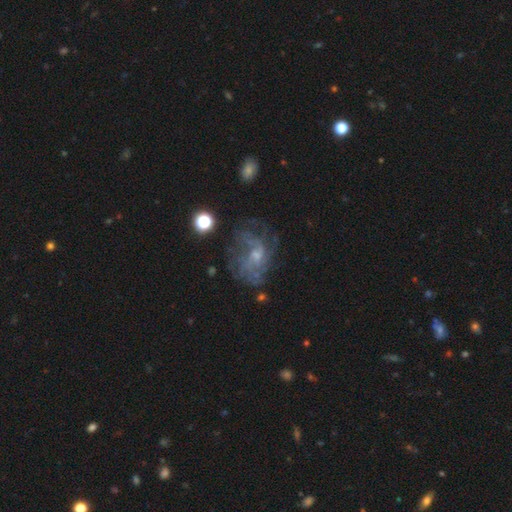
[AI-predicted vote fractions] smooth_or_featured: featured or disk (p=0.71) [alt: smooth p=0.16]
disk_edge_on: no (p=0.97) [alt: yes p=0.03]
bar: no (p=0.63) [alt: weak p=0.32]
has_spiral_arms: yes (p=0.73) [alt: no p=0.27]
spiral_winding: medium (p=0.41) [alt: loose p=0.32]
spiral_arm_count: can't tell (p=0.49) [alt: 2 p=0.15]
bulge_size: small (p=0.50) [alt: moderate p=0.28]
merging: none (p=0.48) [alt: major disturbance p=0.28]